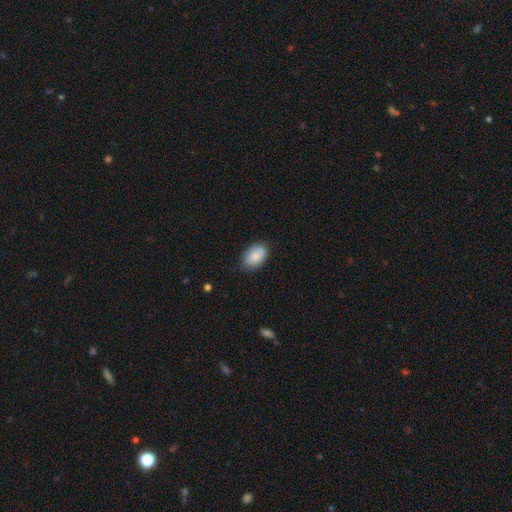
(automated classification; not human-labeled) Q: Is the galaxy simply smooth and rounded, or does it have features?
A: smooth — 82%.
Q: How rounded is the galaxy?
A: in between — 89%.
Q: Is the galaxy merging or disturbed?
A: none — 72%.